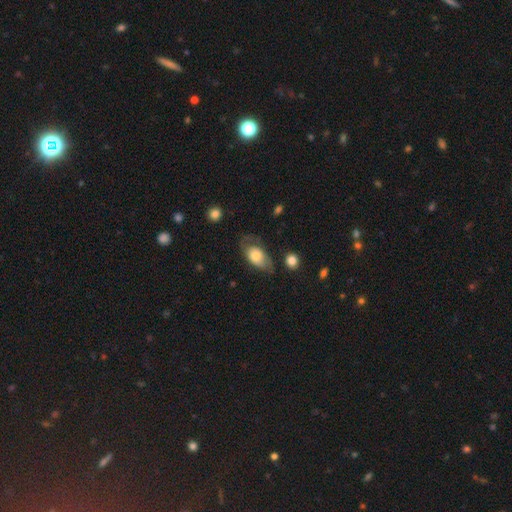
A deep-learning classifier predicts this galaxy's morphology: The model was most divided on "merging": none: 46%, minor disturbance: 32%, major disturbance: 19%, merger: 3%. More confident: how rounded — in between (89%); smooth or featured — smooth (64%).